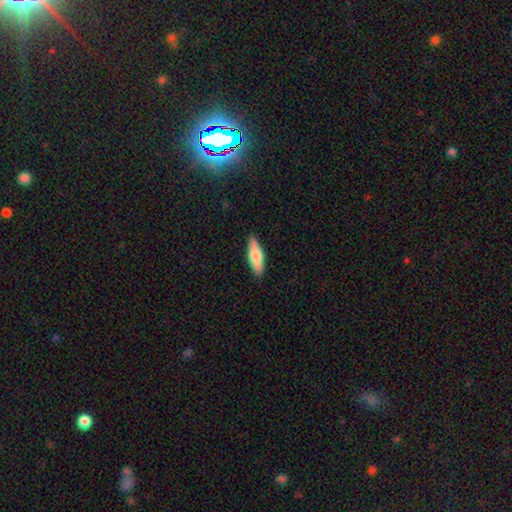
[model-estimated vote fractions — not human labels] Overall: smooth (73%). How rounded: cigar-shaped (51%; in between 47%). Merging: none (88%).